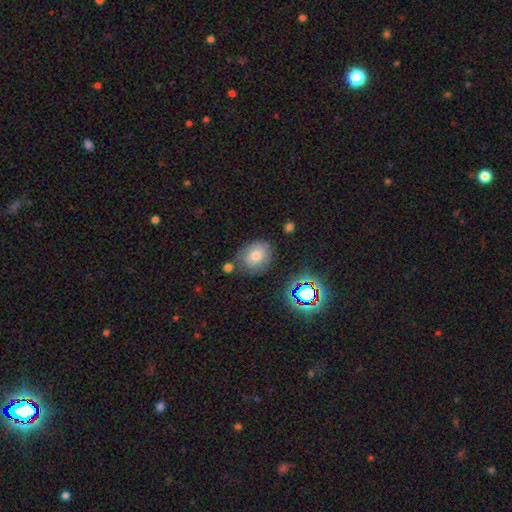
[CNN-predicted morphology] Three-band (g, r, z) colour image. It shows a smooth galaxy with no disk features (63%) that is round (53%). Merging: none (66%).